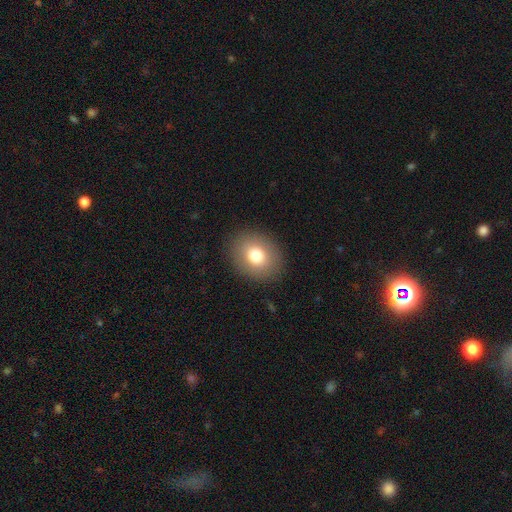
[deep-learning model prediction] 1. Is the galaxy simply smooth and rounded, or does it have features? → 78% smooth, 12% featured or disk, 10% star or artifact.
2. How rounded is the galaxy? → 58% round, 41% in between, 1% cigar-shaped.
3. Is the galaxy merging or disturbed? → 89% none, 7% minor disturbance, 3% major disturbance, 1% merger.